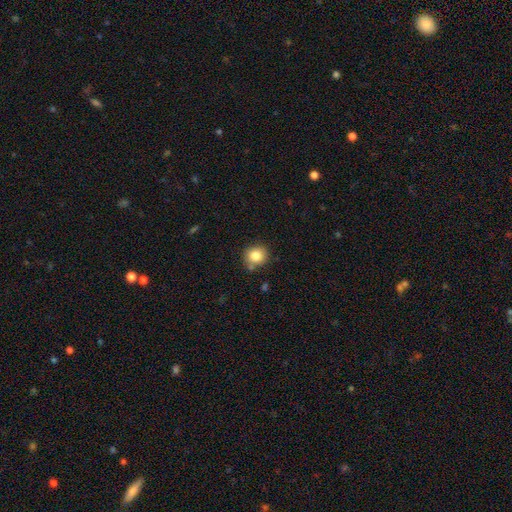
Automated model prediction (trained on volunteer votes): Q: Smooth or featured?
A: smooth (82%); runner-up: star or artifact (11%)
Q: How rounded?
A: round (87%); runner-up: in between (12%)
Q: Merging?
A: none (80%); runner-up: minor disturbance (11%)